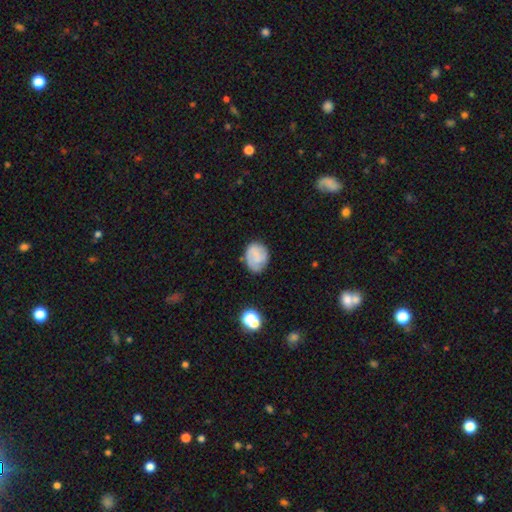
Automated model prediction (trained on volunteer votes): Overall: smooth (59%; featured or disk 32%). How rounded: in between (50%; round 49%). Merging: none (69%).